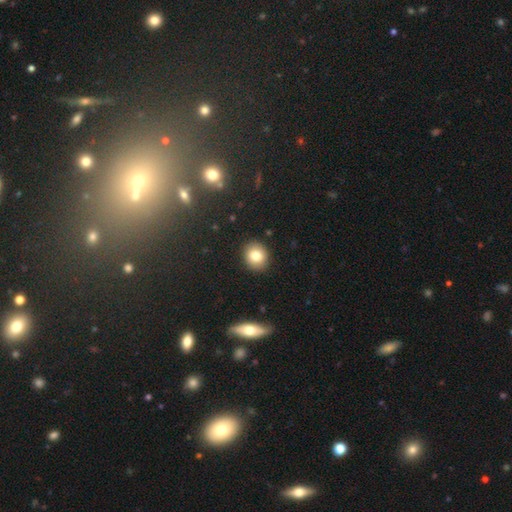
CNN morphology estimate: Smooth or featured? smooth (81%)
How rounded? round (74%)
Merging? none (90%)